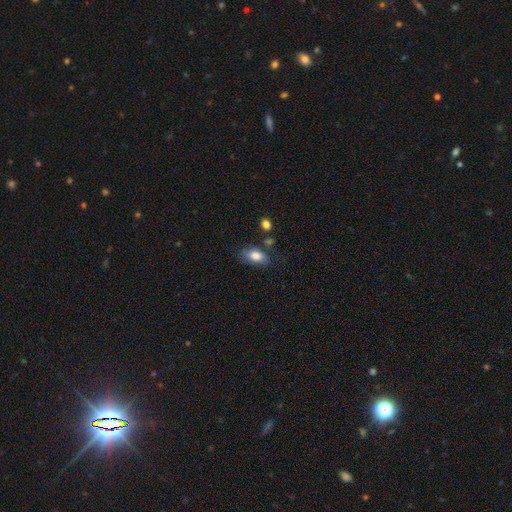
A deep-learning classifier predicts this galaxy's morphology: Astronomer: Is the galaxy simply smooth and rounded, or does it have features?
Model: smooth — 81%.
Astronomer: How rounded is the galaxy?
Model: in between — 91%.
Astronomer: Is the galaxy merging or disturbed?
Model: none — 61%.